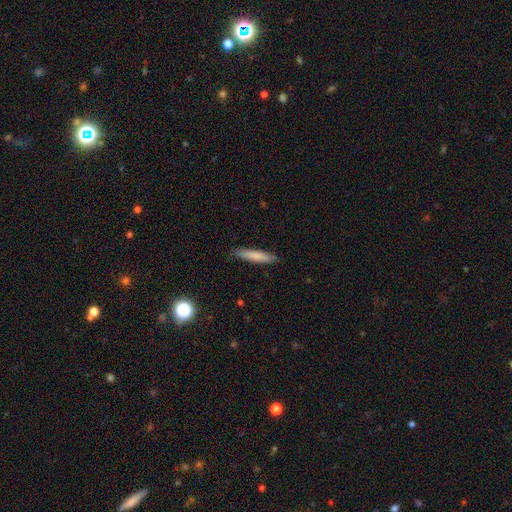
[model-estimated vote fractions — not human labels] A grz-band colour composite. It shows a smooth galaxy with no disk features (79%) that is cigar-shaped (89%). Merging: none (87%).